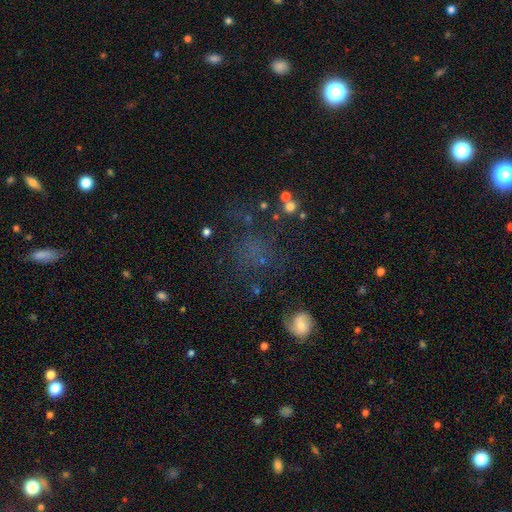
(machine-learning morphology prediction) This appears to be a smooth galaxy with no disk features (41%). Merging: none (58%).